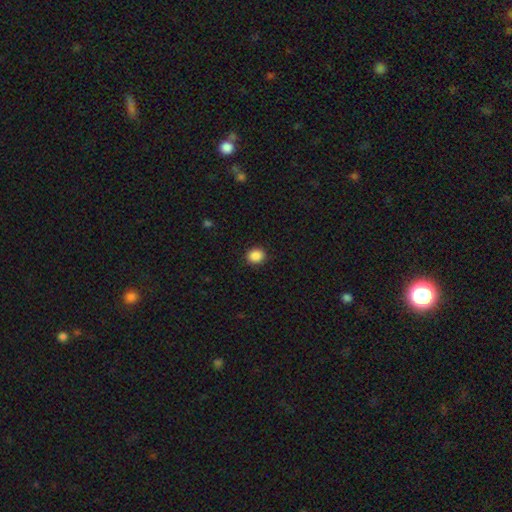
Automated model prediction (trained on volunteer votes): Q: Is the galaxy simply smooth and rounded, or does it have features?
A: smooth — 88%.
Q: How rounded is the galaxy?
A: round — 74%.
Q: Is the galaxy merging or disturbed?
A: none — 91%.